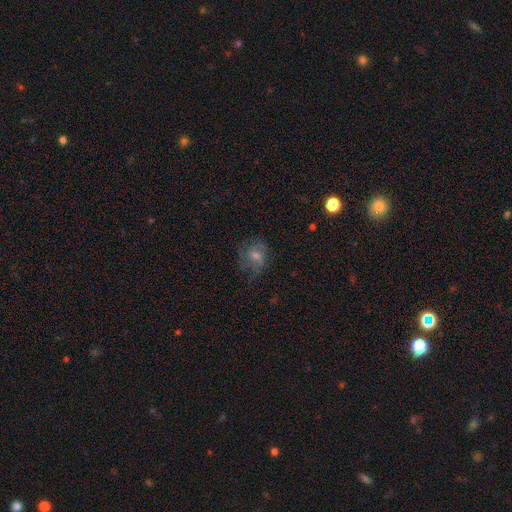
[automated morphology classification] featured or disk 51%, smooth 34%, star or artifact 16%. Down the decision tree: edge-on disk — no (96%); merging — none (61%).